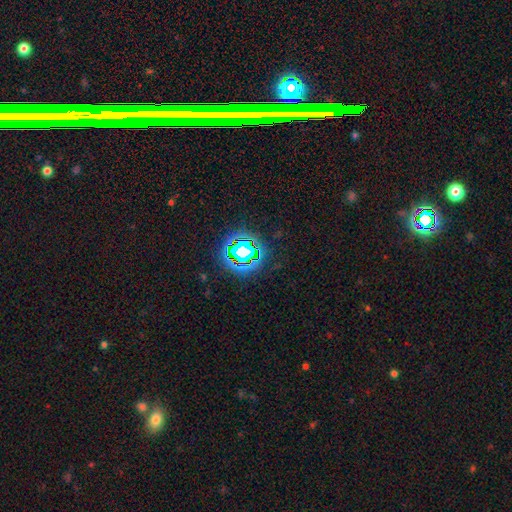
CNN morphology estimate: Smooth or featured? star or artifact (72%)